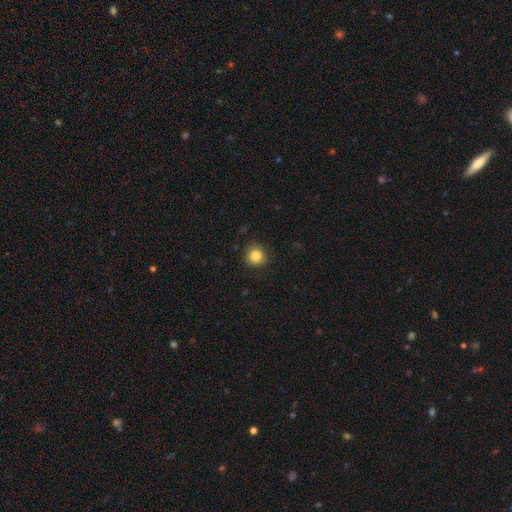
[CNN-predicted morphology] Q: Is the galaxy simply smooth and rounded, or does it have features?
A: smooth — 85%.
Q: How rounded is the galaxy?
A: round — 92%.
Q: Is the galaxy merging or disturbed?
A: none — 88%.